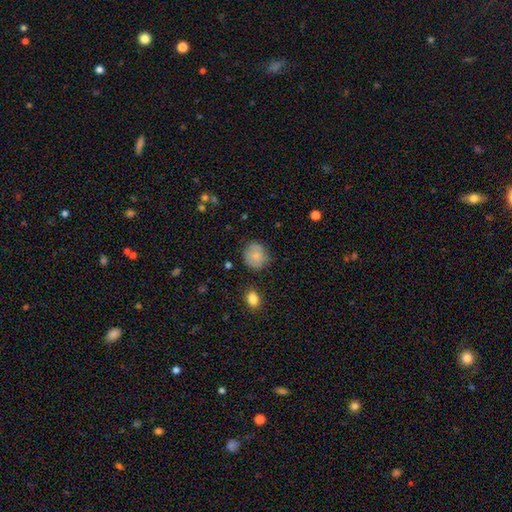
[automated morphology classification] Smooth or featured?
  - smooth: 79% *
  - featured or disk: 13%
  - star or artifact: 8%
How rounded?
  - round: 83% *
  - in between: 16%
  - cigar-shaped: 1%
Merging?
  - none: 74% *
  - minor disturbance: 19%
  - major disturbance: 4%
  - merger: 2%